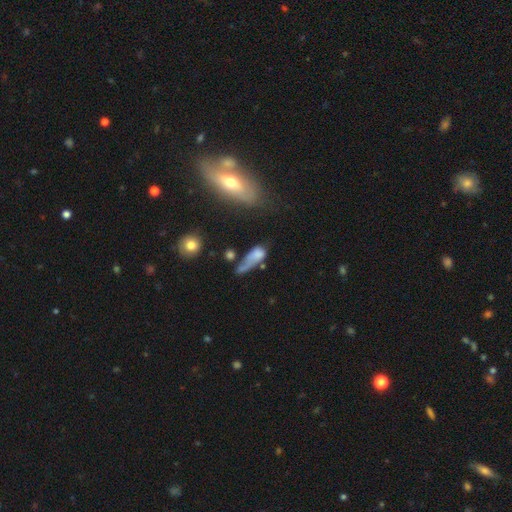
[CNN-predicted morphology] Overall: smooth (61%; featured or disk 28%). How rounded: in between (66%). Merging: major disturbance (39%; none 21%).